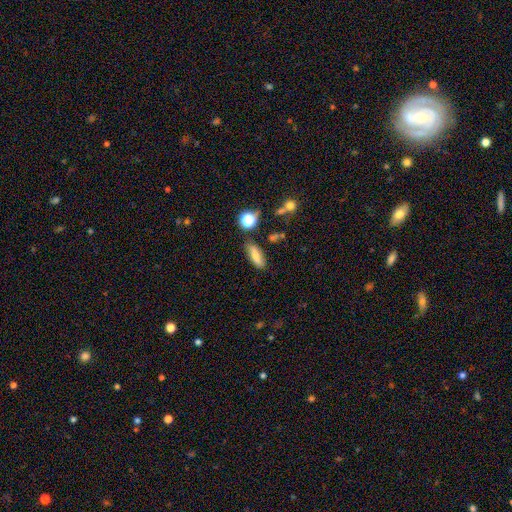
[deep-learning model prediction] Smooth or featured? smooth (63%)
How rounded? in between (61%)
Merging? none (77%)